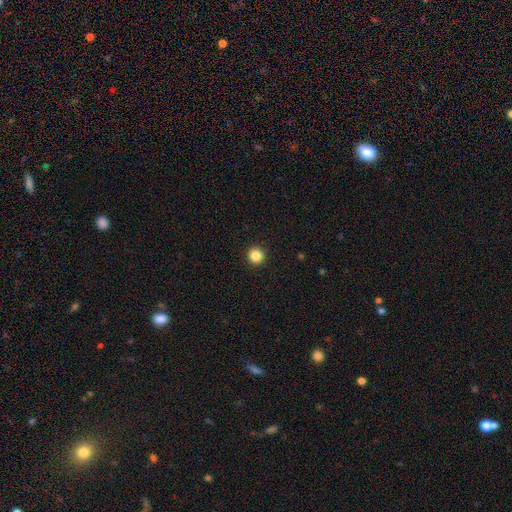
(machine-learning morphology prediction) type=smooth (86%); roundness=round (95%); merging=none (93%).